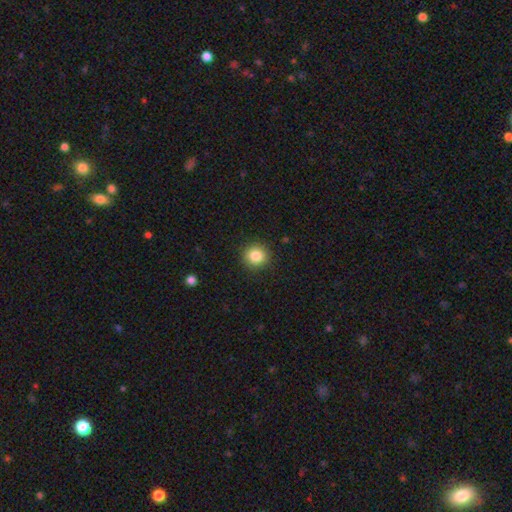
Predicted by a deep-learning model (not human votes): Smooth or featured: smooth — 84% (star or artifact — 10%)
How rounded: round — 92% (in between — 7%)
Merging: none — 91% (minor disturbance — 6%)